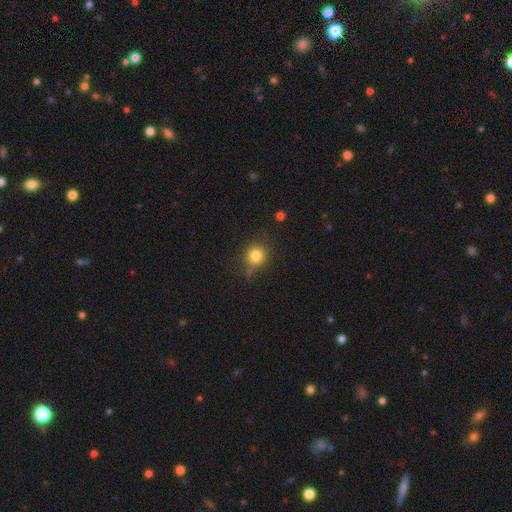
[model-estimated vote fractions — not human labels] The model was most divided on "merging": none: 74%, minor disturbance: 18%, major disturbance: 5%, merger: 3%. More confident: how rounded — round (84%); smooth or featured — smooth (81%).